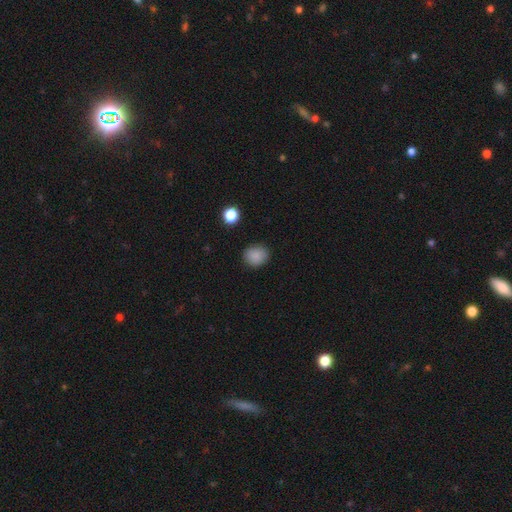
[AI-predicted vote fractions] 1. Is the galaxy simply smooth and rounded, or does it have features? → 87% smooth, 10% star or artifact, 3% featured or disk.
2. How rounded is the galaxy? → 74% round, 25% in between, 1% cigar-shaped.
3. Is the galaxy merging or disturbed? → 87% none, 9% minor disturbance, 2% major disturbance, 1% merger.